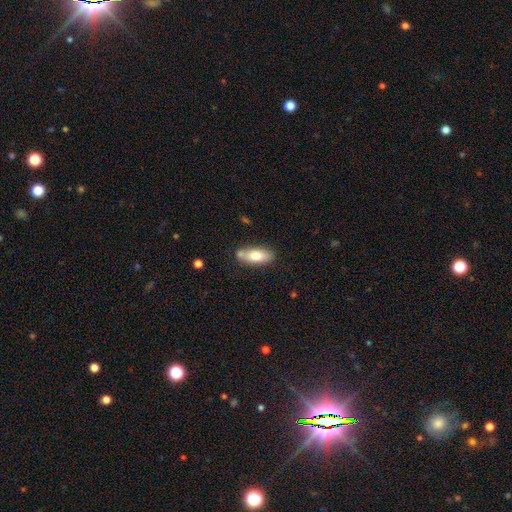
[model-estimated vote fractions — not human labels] Smooth or featured: smooth — 74% (featured or disk — 20%)
How rounded: in between — 80% (cigar-shaped — 17%)
Merging: none — 67% (minor disturbance — 17%)